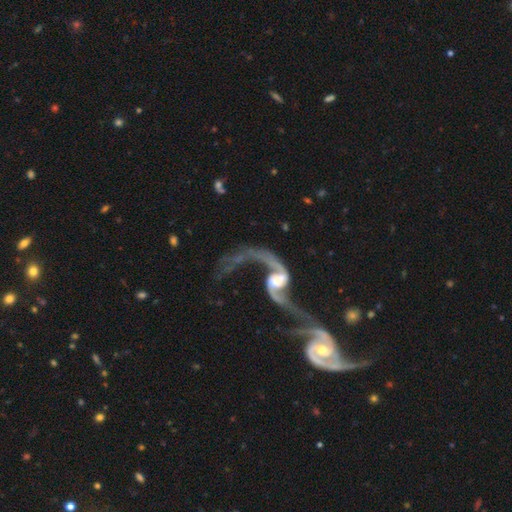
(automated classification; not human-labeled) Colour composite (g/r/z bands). It shows a featured or disk galaxy (82%) with no bar (49%), 2 (73%) loose (78%) spiral arms (87%) and a moderate central bulge (47%). Merging: merger (69%).